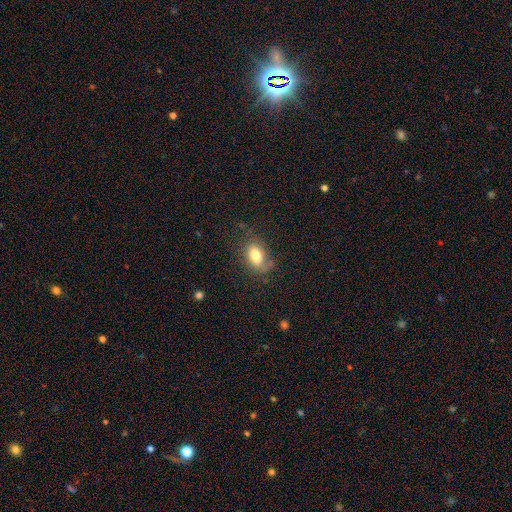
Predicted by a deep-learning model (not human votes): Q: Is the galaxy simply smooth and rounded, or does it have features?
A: smooth — 75%.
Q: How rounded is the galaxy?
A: in between — 84%.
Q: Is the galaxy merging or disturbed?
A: none — 63%.